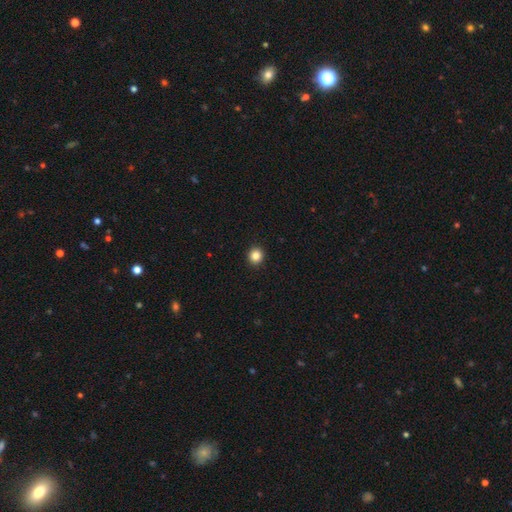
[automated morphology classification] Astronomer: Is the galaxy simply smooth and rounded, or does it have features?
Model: smooth — 85%.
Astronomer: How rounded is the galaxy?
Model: round — 90%.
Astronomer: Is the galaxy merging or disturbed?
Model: none — 93%.